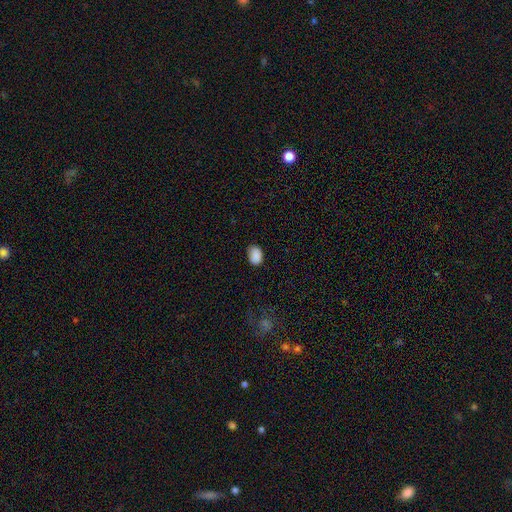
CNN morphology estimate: A smooth galaxy with no disk features (88%) that is in between round and cigar-shaped (77%).

Vote fractions:
- Smooth or featured? smooth: 88% / star or artifact: 8% / featured or disk: 4%
- How rounded? in between: 77% / round: 22% / cigar-shaped: 1%
- Merging? none: 80% / minor disturbance: 15% / major disturbance: 3% / merger: 1%